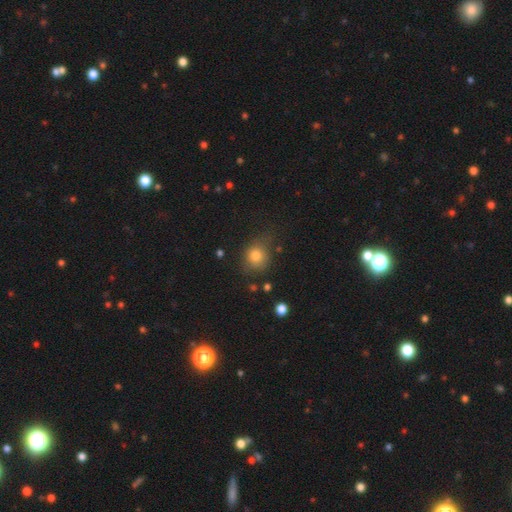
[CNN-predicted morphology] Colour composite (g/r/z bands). It shows a smooth galaxy with no disk features (80%) that is round (73%). Merging: none (59%).